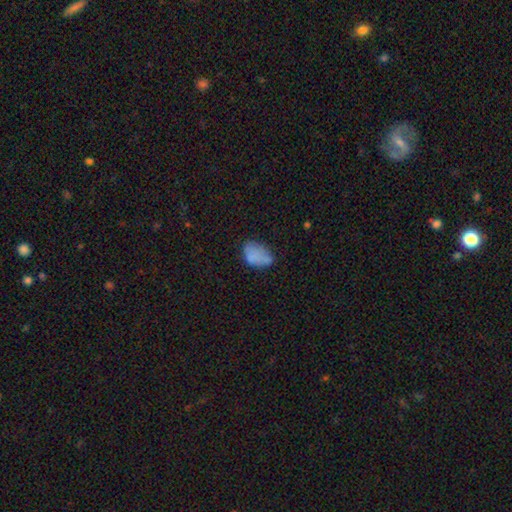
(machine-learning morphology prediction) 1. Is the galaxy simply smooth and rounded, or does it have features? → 75% smooth, 14% featured or disk, 11% star or artifact.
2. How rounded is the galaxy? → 87% in between, 11% round, 2% cigar-shaped.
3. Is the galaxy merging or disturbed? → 48% none, 31% minor disturbance, 13% major disturbance, 7% merger.